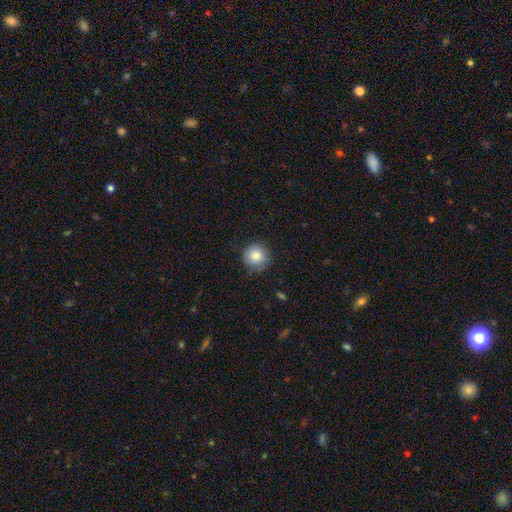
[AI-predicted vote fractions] smooth-or-featured: smooth: 86% | star or artifact: 9% | featured or disk: 6%
  how-rounded: round: 94% | in between: 5% | cigar-shaped: 1%
  merging: none: 87% | minor disturbance: 10% | major disturbance: 2% | merger: 1%